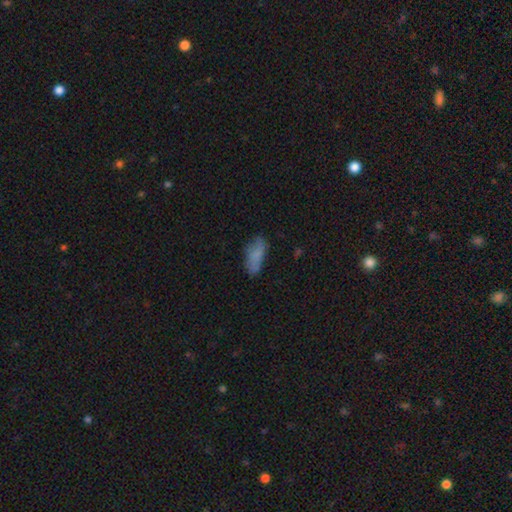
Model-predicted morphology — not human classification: A smooth galaxy with no disk features (74%) that is in between round and cigar-shaped (74%). Merging: none (61%).